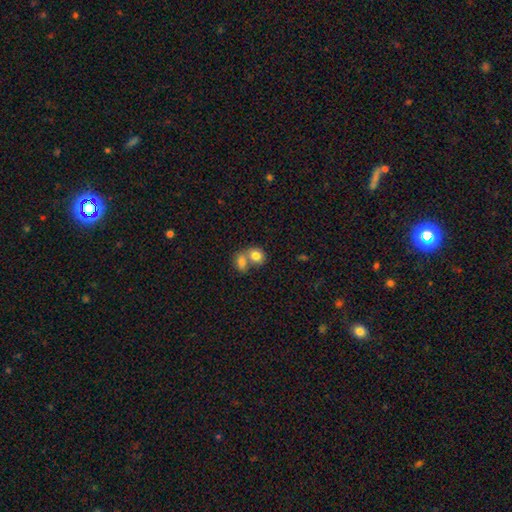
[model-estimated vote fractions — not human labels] Smooth or featured? Predicted: smooth (p=0.79). How rounded? Predicted: round (p=0.62). Merging? Predicted: merger (p=0.62).